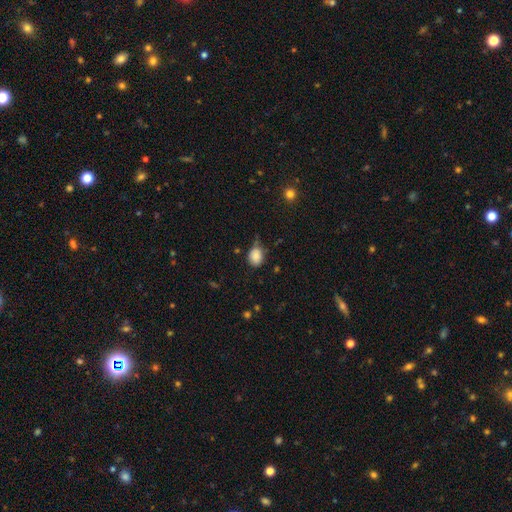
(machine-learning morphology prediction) Smooth or featured?
  - smooth: 86% *
  - star or artifact: 9%
  - featured or disk: 5%
How rounded?
  - in between: 56% *
  - round: 43%
  - cigar-shaped: 1%
Merging?
  - none: 61% *
  - minor disturbance: 29%
  - major disturbance: 6%
  - merger: 4%